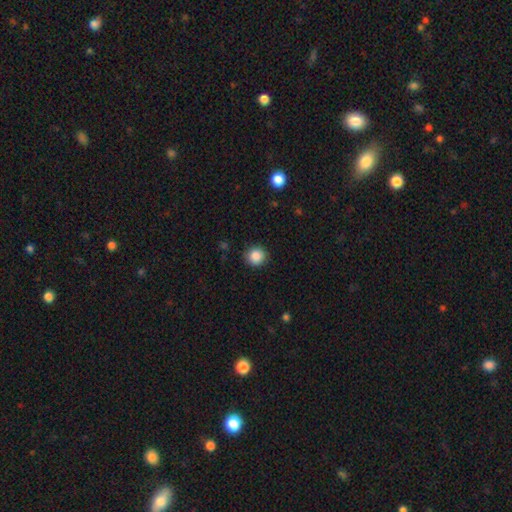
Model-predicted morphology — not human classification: smooth 87%, star or artifact 10%, featured or disk 4%. Down the decision tree: how rounded — round (93%); merging — none (89%).